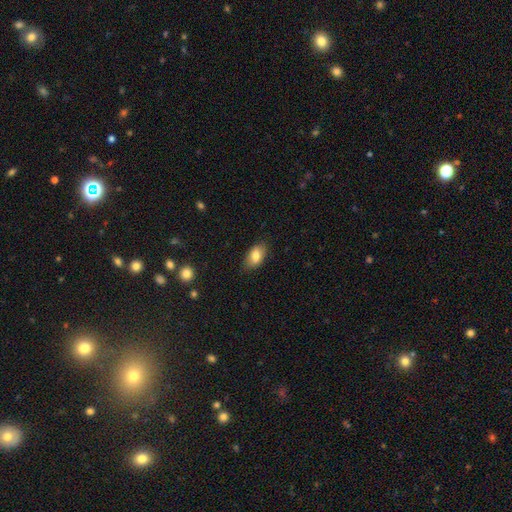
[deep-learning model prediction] smooth-or-featured: smooth: 82% | featured or disk: 10% | star or artifact: 7%
  how-rounded: in between: 92% | round: 6% | cigar-shaped: 2%
  merging: none: 82% | minor disturbance: 15% | major disturbance: 3% | merger: 1%